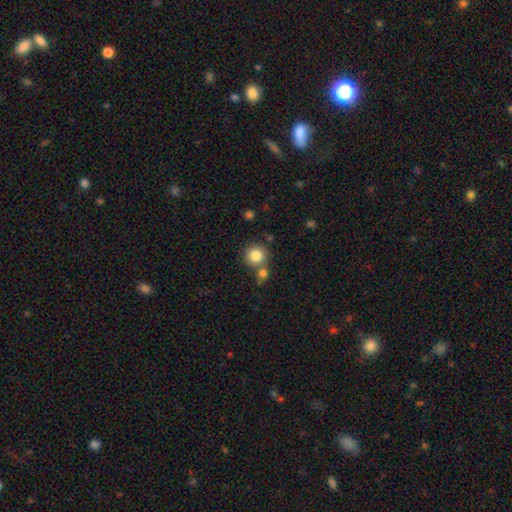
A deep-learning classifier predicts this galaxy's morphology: smooth 83%, star or artifact 10%, featured or disk 7%. Down the decision tree: how rounded — round (91%); merging — none (66%).